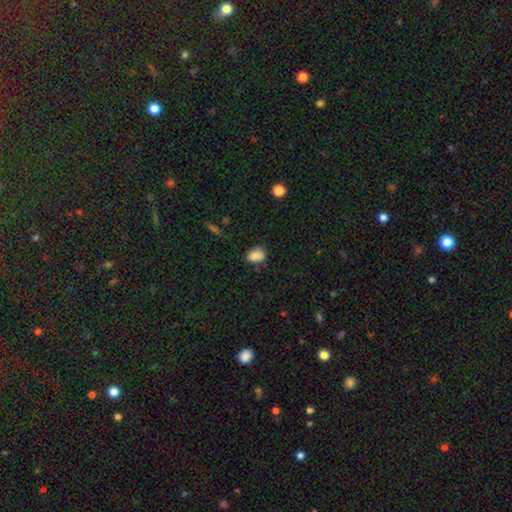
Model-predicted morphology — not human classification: smooth-or-featured: smooth: 84% | star or artifact: 10% | featured or disk: 6%
  how-rounded: in between: 73% | round: 26% | cigar-shaped: 1%
  merging: none: 70% | minor disturbance: 23% | major disturbance: 4% | merger: 3%